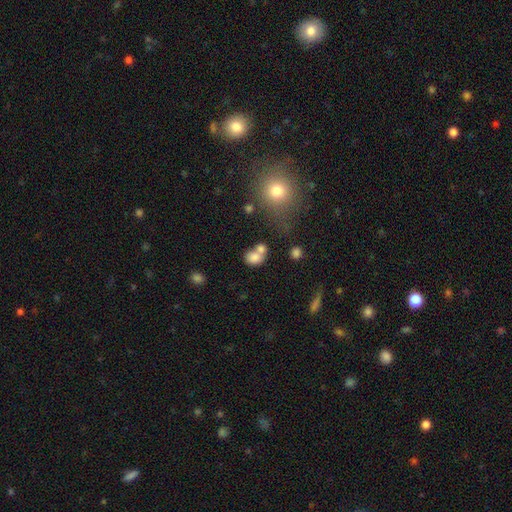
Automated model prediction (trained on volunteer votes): This is likely a smooth galaxy (77%). How rounded: possibly round (49%, tied with in between). Merging: possibly merger (52%).